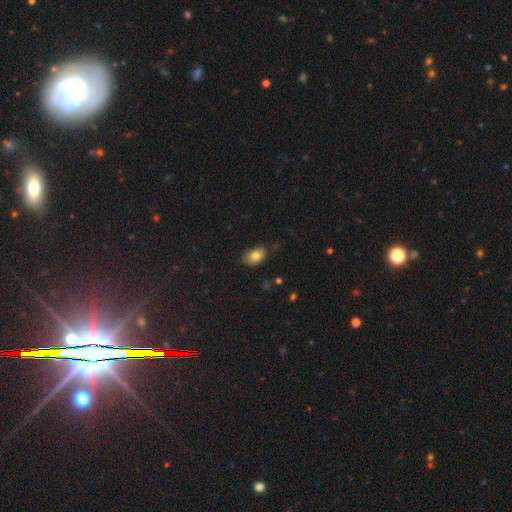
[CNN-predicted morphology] Smooth or featured? Predicted: smooth (p=0.81). How rounded? Predicted: in between (p=0.87). Merging? Predicted: none (p=0.75).